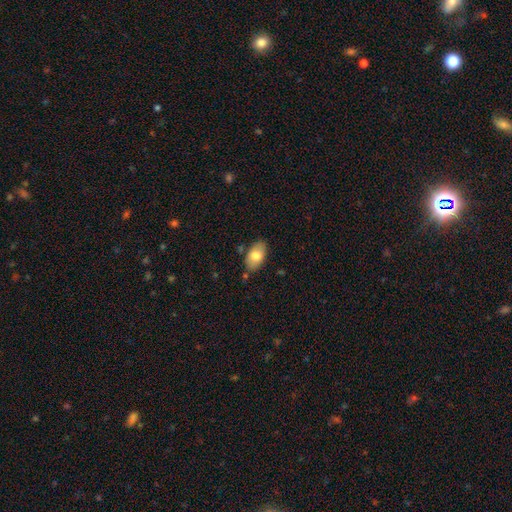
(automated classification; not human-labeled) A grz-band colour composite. It shows a smooth galaxy with no disk features (78%) that is in between round and cigar-shaped (93%). Merging: none (80%).